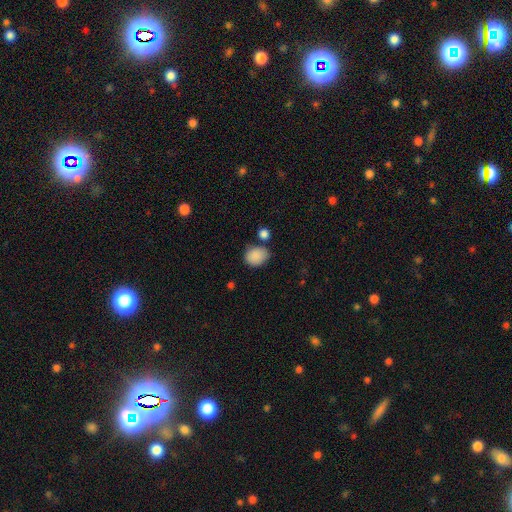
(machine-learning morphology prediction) smooth 88%, star or artifact 8%, featured or disk 4%. Down the decision tree: how rounded — in between (55%); merging — none (66%).